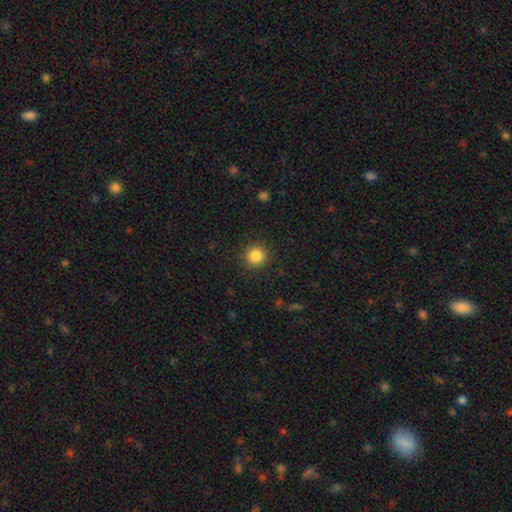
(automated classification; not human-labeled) Morphology: type=smooth (85%); roundness=round (93%); merging=none (91%).